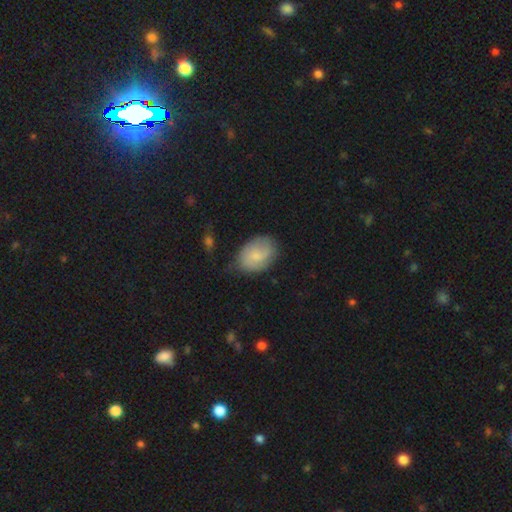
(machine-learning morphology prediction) This appears to be a smooth galaxy with no disk features (63%) that is in between round and cigar-shaped (76%). Merging: none (61%).